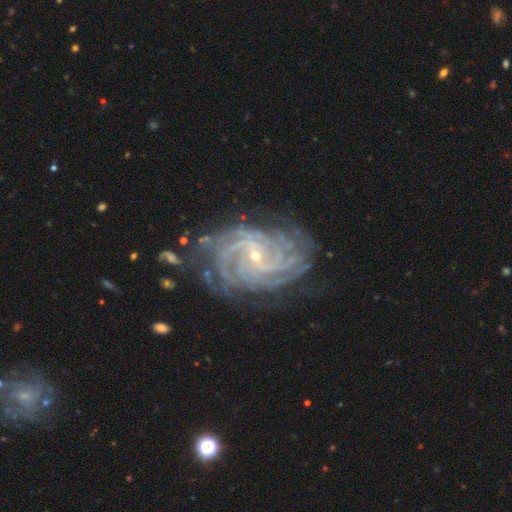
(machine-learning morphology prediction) Overall: featured or disk (92%). Edge-on disk: no (97%). Bar: no (47%; weak 38%). Spiral arms: yes (98%). Spiral arm count: more than 4 (26%, tied with 4). Spiral winding: tight (69%). Bulge size: small (84%). Merging: none (71%).